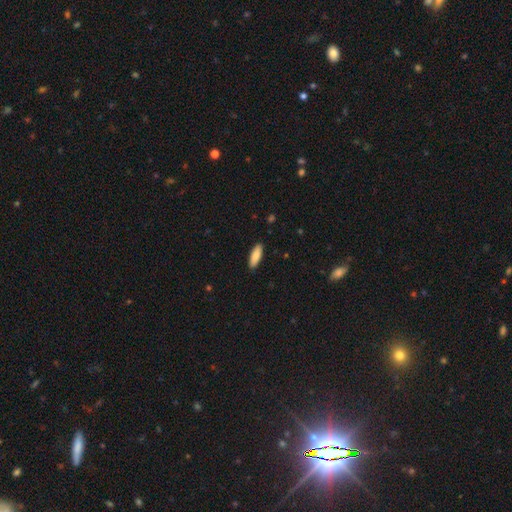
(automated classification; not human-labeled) Overall: smooth (85%). How rounded: in between (60%; cigar-shaped 39%). Merging: none (90%).